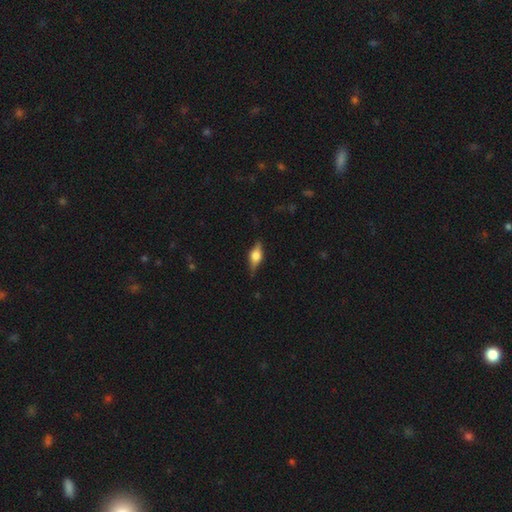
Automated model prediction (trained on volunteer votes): Q: Smooth or featured?
A: featured or disk (55%); runner-up: smooth (38%)
Q: Edge-on disk?
A: yes (94%); runner-up: no (6%)
Q: Edge-on bulge?
A: rounded (90%); runner-up: boxy (8%)
Q: Merging?
A: none (81%); runner-up: minor disturbance (14%)